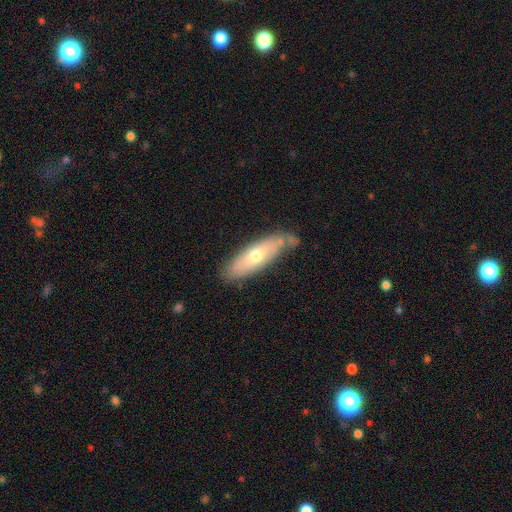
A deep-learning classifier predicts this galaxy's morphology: type=smooth (57%); roundness=cigar-shaped (49%, tied with in between); merging=none (65%).